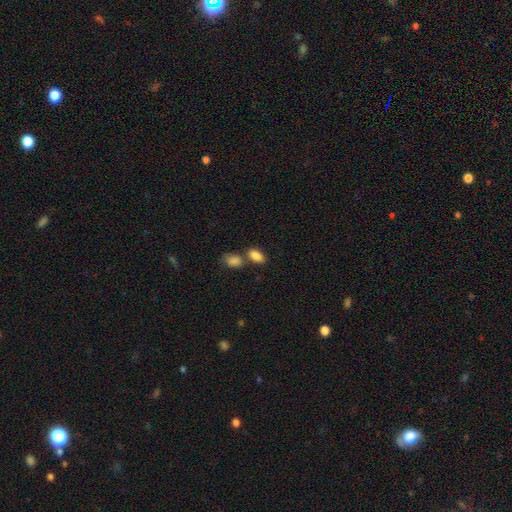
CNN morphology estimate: This is clearly a smooth galaxy (86%). How rounded: clearly in between (91%). Merging: possibly none (51%).